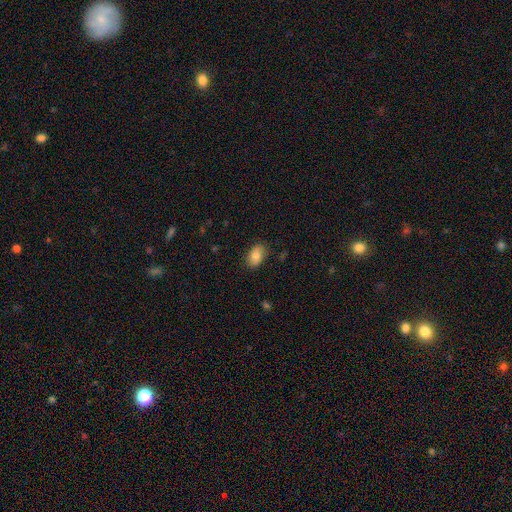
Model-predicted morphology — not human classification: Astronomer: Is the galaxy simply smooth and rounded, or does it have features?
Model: smooth — 81%.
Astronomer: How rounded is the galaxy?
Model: in between — 89%.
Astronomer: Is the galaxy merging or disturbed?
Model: none — 79%.